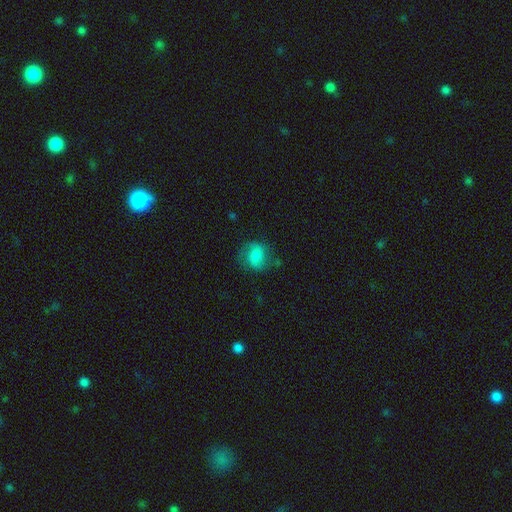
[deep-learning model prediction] Morphology: type=smooth (55%); roundness=round (62%); merging=none (62%).